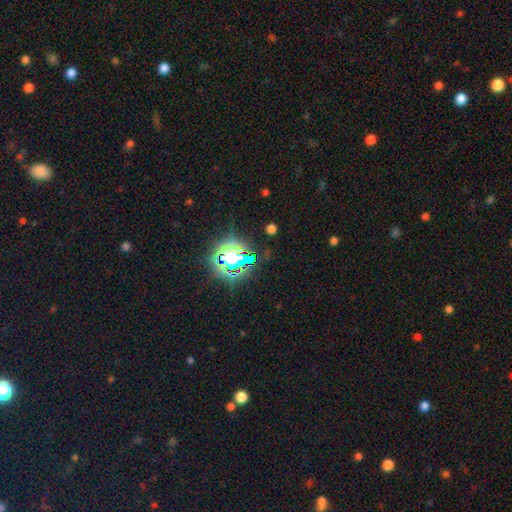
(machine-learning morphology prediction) A star or artifact, not a galaxy (81%).